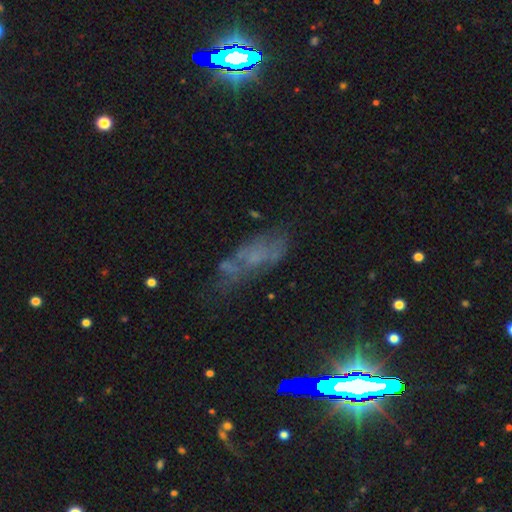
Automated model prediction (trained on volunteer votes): smooth-or-featured: featured or disk: 41% | smooth: 29% | star or artifact: 29%
  merging: none: 50% | minor disturbance: 24% | major disturbance: 21% | merger: 6%